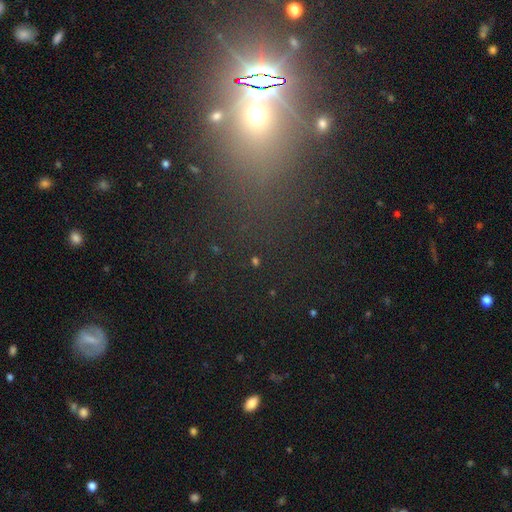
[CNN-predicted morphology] smooth_or_featured: star or artifact (p=0.60) [alt: smooth p=0.26]